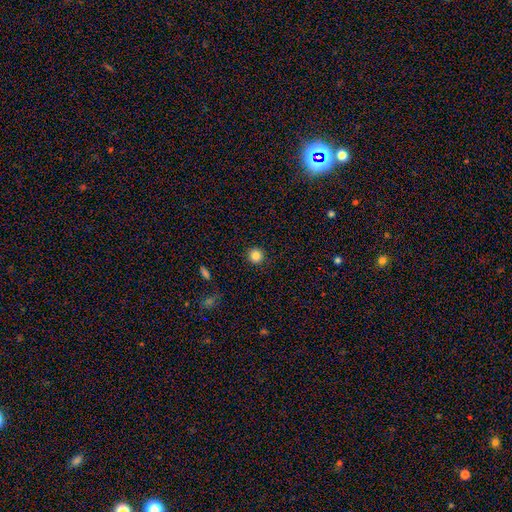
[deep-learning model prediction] A smooth galaxy with no disk features (85%) that is round (93%). Merging: none (91%).